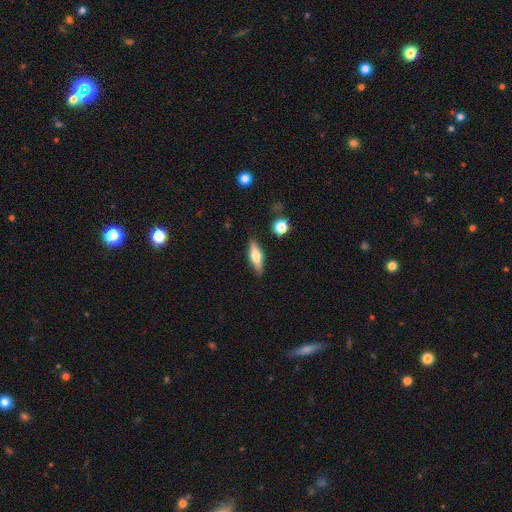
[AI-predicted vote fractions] smooth_or_featured: smooth (p=0.51) [alt: featured or disk p=0.42]
how_rounded: cigar-shaped (p=0.50) [alt: in between p=0.46]
merging: none (p=0.84) [alt: minor disturbance p=0.11]